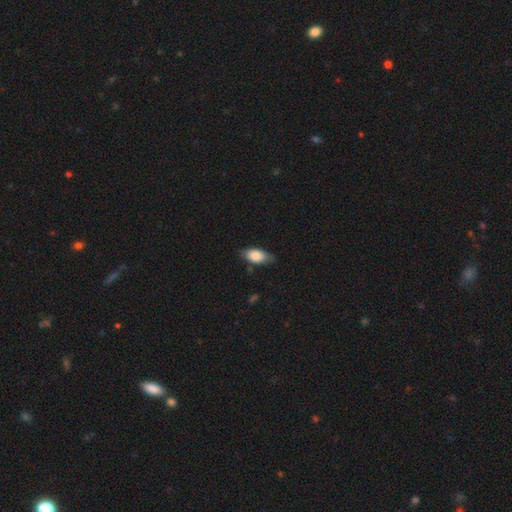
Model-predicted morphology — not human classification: smooth 81%, featured or disk 13%, star or artifact 6%. Down the decision tree: how rounded — in between (88%); merging — none (72%).